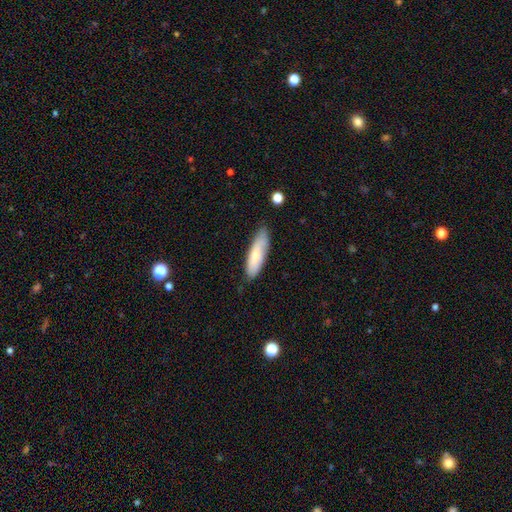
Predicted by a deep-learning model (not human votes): Q: Smooth or featured?
A: smooth (73%); runner-up: featured or disk (21%)
Q: How rounded?
A: cigar-shaped (52%); runner-up: in between (46%)
Q: Merging?
A: none (75%); runner-up: minor disturbance (20%)